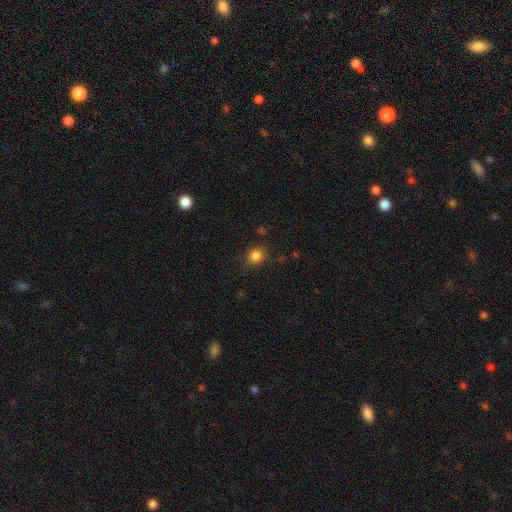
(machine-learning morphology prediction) Smooth or featured: smooth — 84% (star or artifact — 12%)
How rounded: round — 80% (in between — 19%)
Merging: none — 82% (minor disturbance — 13%)